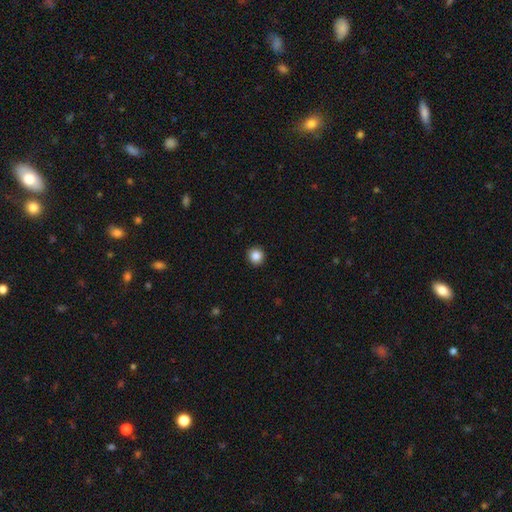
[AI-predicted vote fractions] Overall: smooth (86%). How rounded: round (92%). Merging: none (93%).